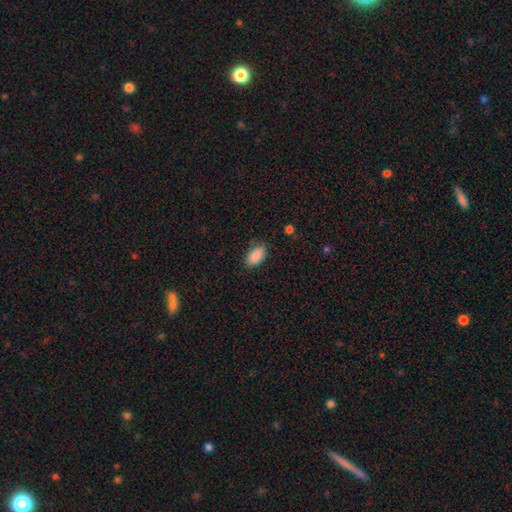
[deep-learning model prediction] smooth_or_featured: smooth (p=0.89) [alt: star or artifact p=0.07]
how_rounded: in between (p=0.93) [alt: round p=0.04]
merging: none (p=0.82) [alt: minor disturbance p=0.13]